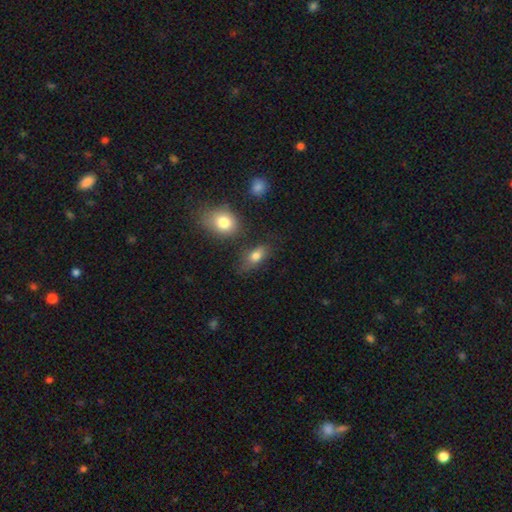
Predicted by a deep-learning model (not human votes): smooth 79%, featured or disk 11%, star or artifact 10%. Down the decision tree: how rounded — in between (82%); merging — none (63%).